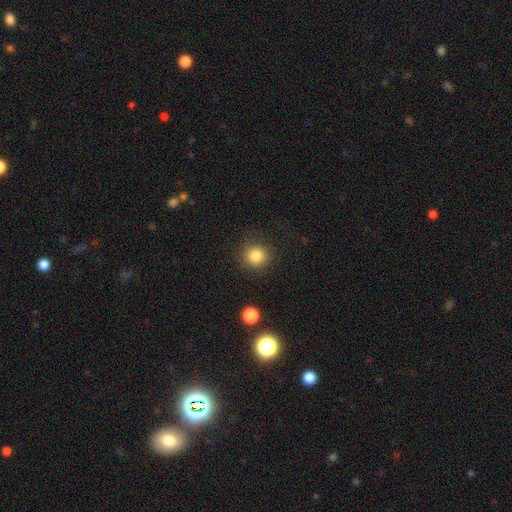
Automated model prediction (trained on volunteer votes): smooth 84%, star or artifact 11%, featured or disk 5%. Down the decision tree: how rounded — round (90%); merging — none (87%).